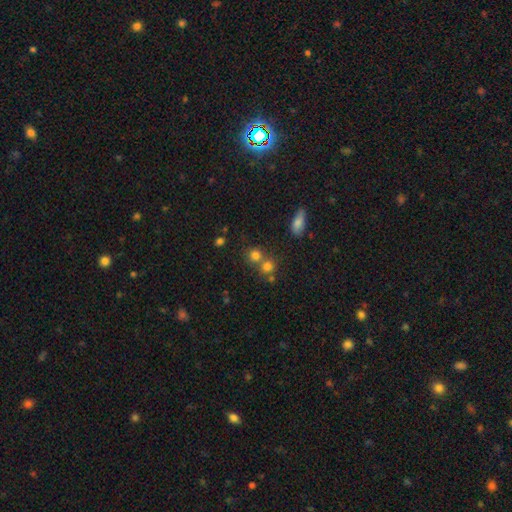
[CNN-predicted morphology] This is likely a smooth galaxy (75%). How rounded: clearly round (85%). Merging: possibly none (53%).